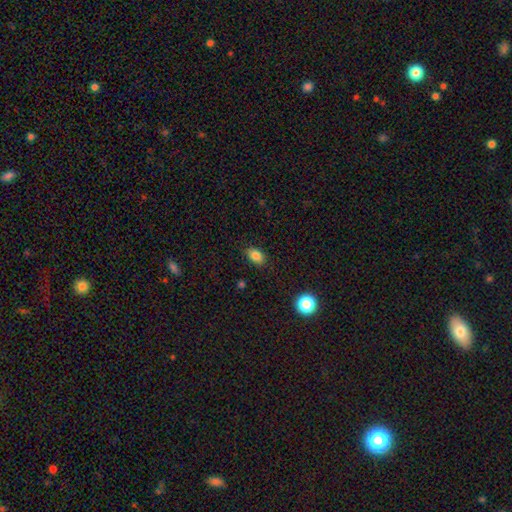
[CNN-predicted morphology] This appears to be a smooth galaxy with no disk features (84%) that is in between round and cigar-shaped (84%). Merging: none (87%).